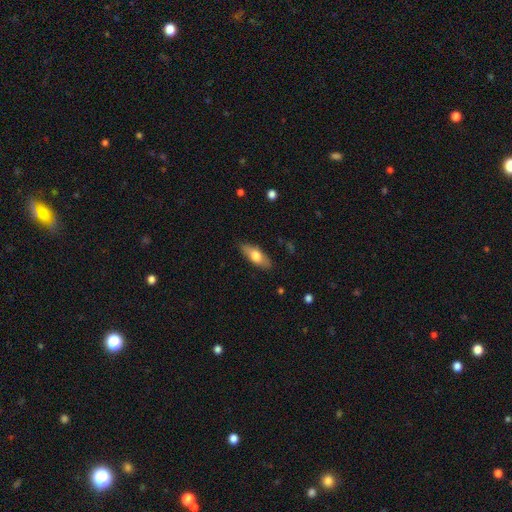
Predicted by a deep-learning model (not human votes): Smooth or featured? Predicted: smooth (p=0.63). How rounded? Predicted: in between (p=0.71). Merging? Predicted: none (p=0.84).